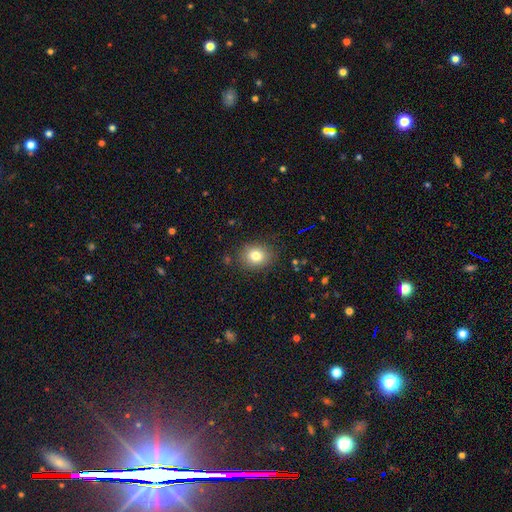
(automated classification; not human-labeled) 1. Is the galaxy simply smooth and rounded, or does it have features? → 79% smooth, 12% star or artifact, 9% featured or disk.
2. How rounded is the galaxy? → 64% round, 35% in between, 1% cigar-shaped.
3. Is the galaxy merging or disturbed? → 85% none, 10% minor disturbance, 3% major disturbance, 2% merger.